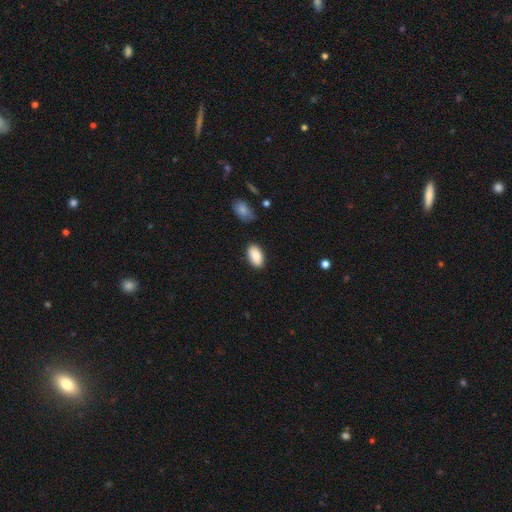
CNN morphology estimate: Smooth or featured? Predicted: smooth (p=0.88). How rounded? Predicted: in between (p=0.94). Merging? Predicted: none (p=0.85).